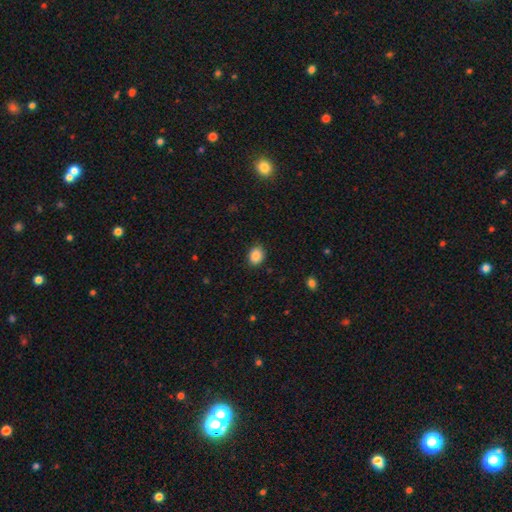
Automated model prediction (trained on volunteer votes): Smooth or featured?
  - smooth: 87% *
  - star or artifact: 9%
  - featured or disk: 4%
How rounded?
  - round: 53% *
  - in between: 46%
  - cigar-shaped: 1%
Merging?
  - none: 85% *
  - minor disturbance: 11%
  - major disturbance: 2%
  - merger: 1%